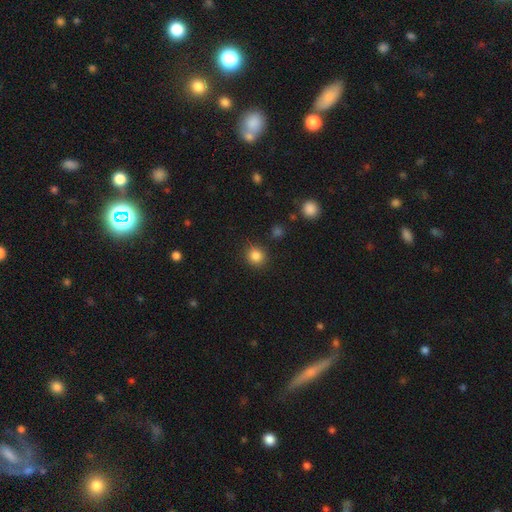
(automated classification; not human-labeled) Smooth or featured?
  - smooth: 84% *
  - star or artifact: 11%
  - featured or disk: 4%
How rounded?
  - round: 89% *
  - in between: 10%
  - cigar-shaped: 1%
Merging?
  - none: 88% *
  - minor disturbance: 8%
  - major disturbance: 2%
  - merger: 2%